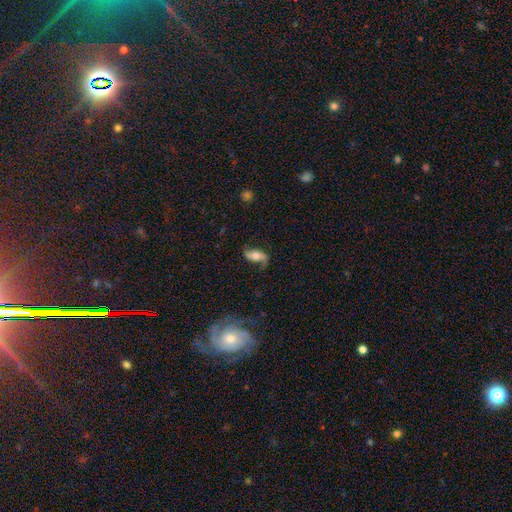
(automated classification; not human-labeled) Q: Smooth or featured?
A: featured or disk (61%); runner-up: smooth (31%)
Q: Edge-on disk?
A: no (88%); runner-up: yes (12%)
Q: Bar?
A: no (56%); runner-up: weak (27%)
Q: Spiral arms?
A: yes (86%); runner-up: no (14%)
Q: Bulge size?
A: moderate (64%); runner-up: small (20%)
Q: Merging?
A: none (66%); runner-up: minor disturbance (21%)